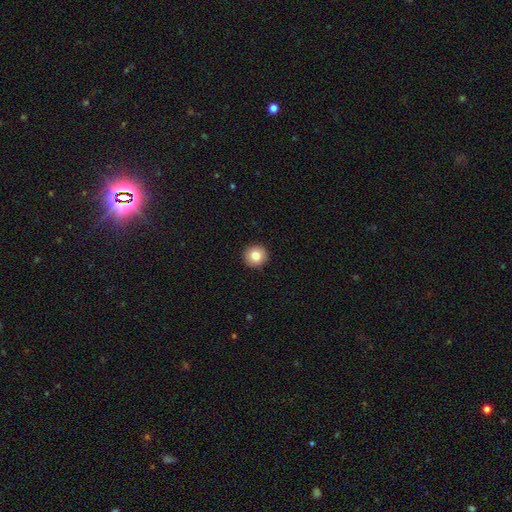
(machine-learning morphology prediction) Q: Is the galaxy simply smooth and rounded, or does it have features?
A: smooth — 83%.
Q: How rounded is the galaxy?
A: round — 95%.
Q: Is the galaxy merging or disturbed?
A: none — 93%.